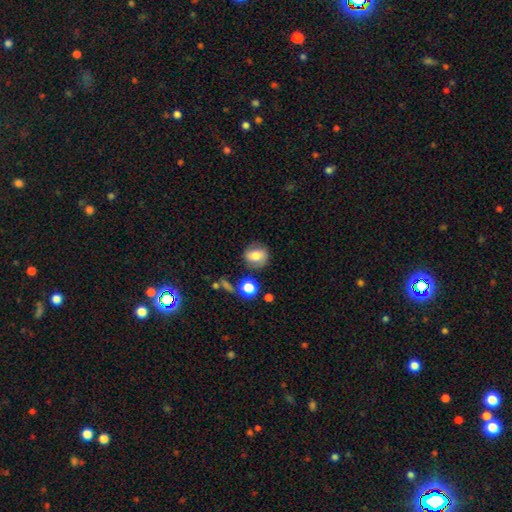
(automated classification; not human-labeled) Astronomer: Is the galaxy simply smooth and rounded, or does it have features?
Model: smooth — 65%.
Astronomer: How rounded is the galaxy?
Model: round — 63%.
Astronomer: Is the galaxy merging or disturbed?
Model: none — 75%.